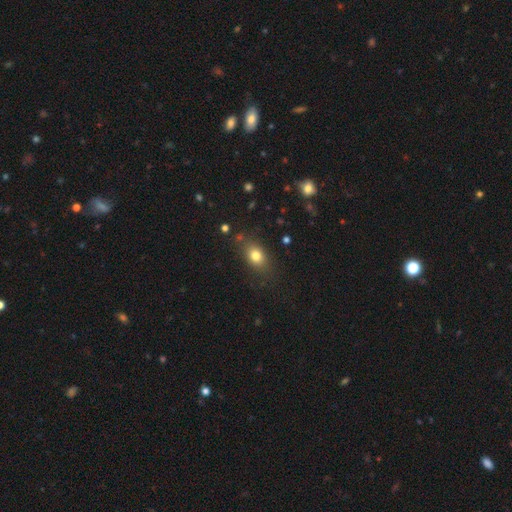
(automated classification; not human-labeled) Overall: smooth (78%). How rounded: in between (70%). Merging: none (78%).